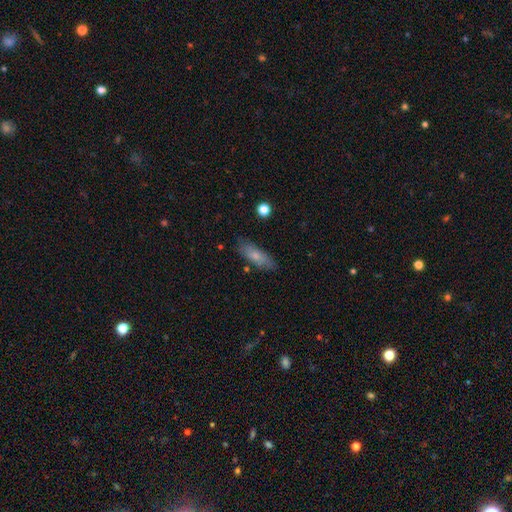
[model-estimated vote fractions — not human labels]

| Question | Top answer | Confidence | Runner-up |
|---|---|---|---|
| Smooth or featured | smooth | 72% | featured or disk (22%) |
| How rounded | in between | 62% | cigar-shaped (35%) |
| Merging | none | 79% | minor disturbance (16%) |